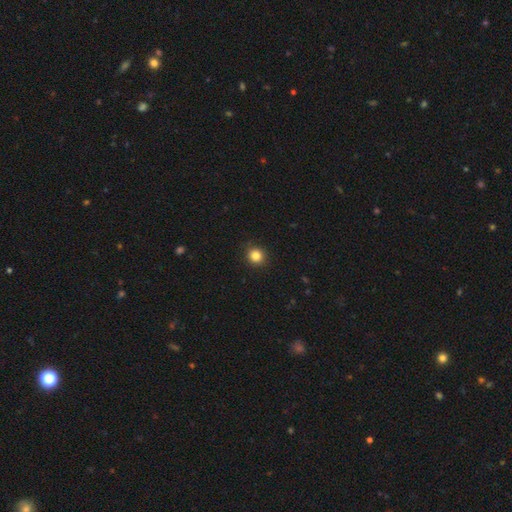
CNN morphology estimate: Overall: smooth (85%). How rounded: round (91%). Merging: none (90%).